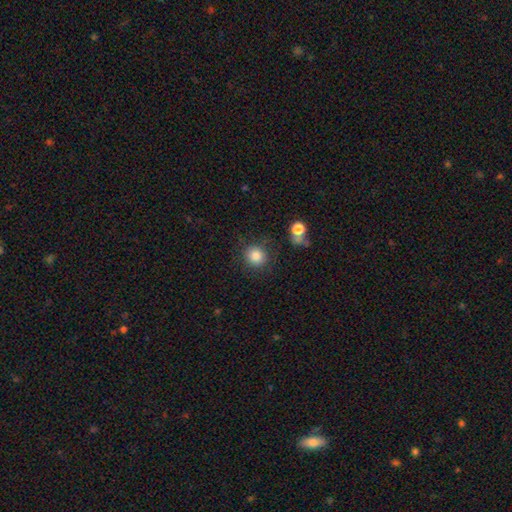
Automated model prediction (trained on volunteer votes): Morphology: type=smooth (85%); roundness=round (88%); merging=none (82%).